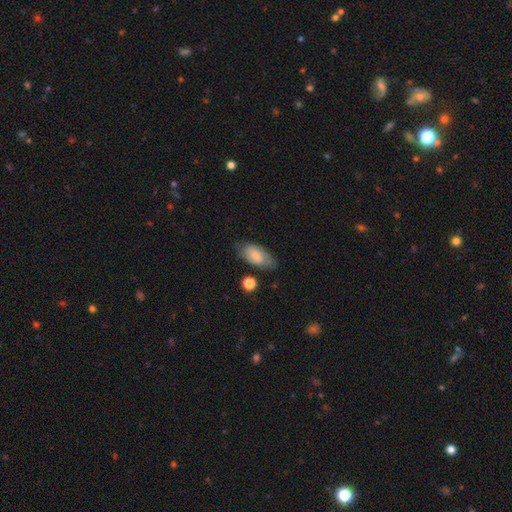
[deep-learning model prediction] Smooth or featured?
  - smooth: 66% *
  - featured or disk: 27%
  - star or artifact: 7%
How rounded?
  - in between: 90% *
  - cigar-shaped: 5%
  - round: 4%
Merging?
  - none: 68% *
  - minor disturbance: 22%
  - major disturbance: 7%
  - merger: 4%